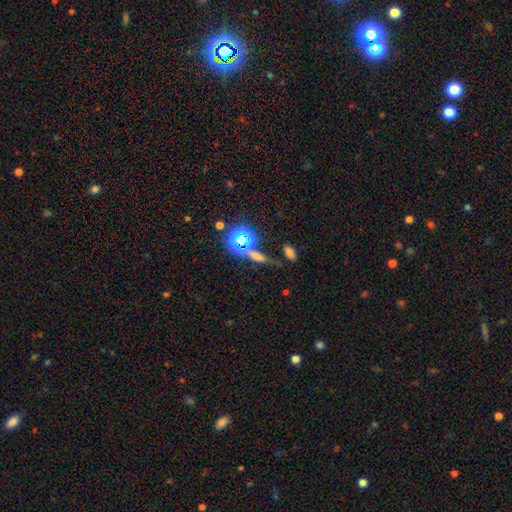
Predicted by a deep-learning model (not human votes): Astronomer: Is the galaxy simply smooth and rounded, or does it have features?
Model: star or artifact — 41% (runner-up: smooth, 38%).